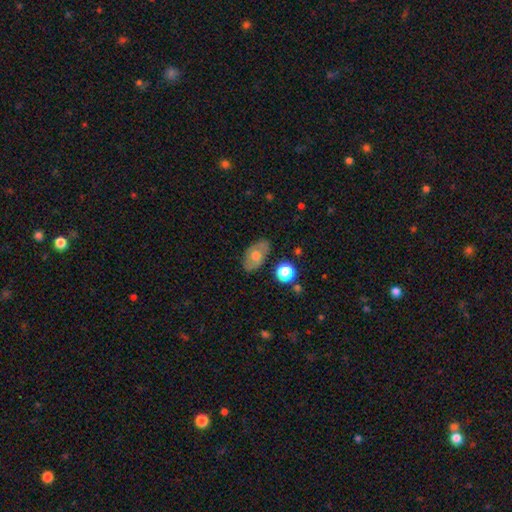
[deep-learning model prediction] Smooth or featured? Predicted: smooth (p=0.54). How rounded? Predicted: in between (p=0.87). Merging? Predicted: none (p=0.80).